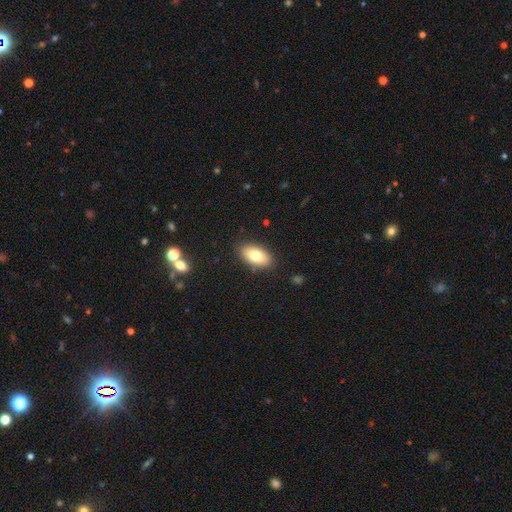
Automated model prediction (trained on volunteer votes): A smooth galaxy with no disk features (77%) that is in between round and cigar-shaped (93%).

Vote fractions:
- Smooth or featured? smooth: 77% / featured or disk: 15% / star or artifact: 7%
- How rounded? in between: 93% / round: 5% / cigar-shaped: 3%
- Merging? none: 87% / minor disturbance: 9% / major disturbance: 2% / merger: 1%